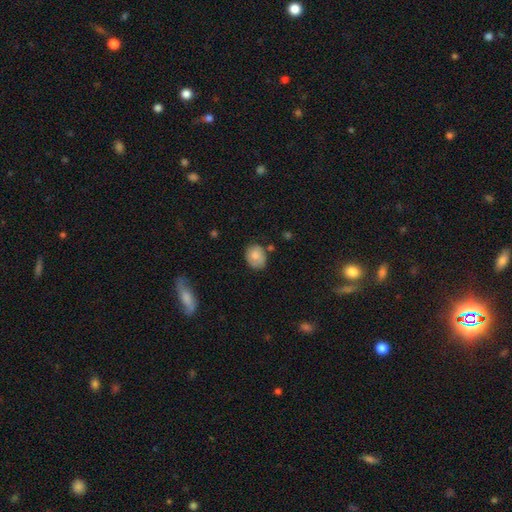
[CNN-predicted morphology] A smooth galaxy with no disk features (75%) that is in between round and cigar-shaped (52%).

Vote fractions:
- Smooth or featured? smooth: 75% / featured or disk: 17% / star or artifact: 8%
- How rounded? in between: 52% / round: 47% / cigar-shaped: 1%
- Merging? none: 70% / minor disturbance: 21% / merger: 4% / major disturbance: 4%